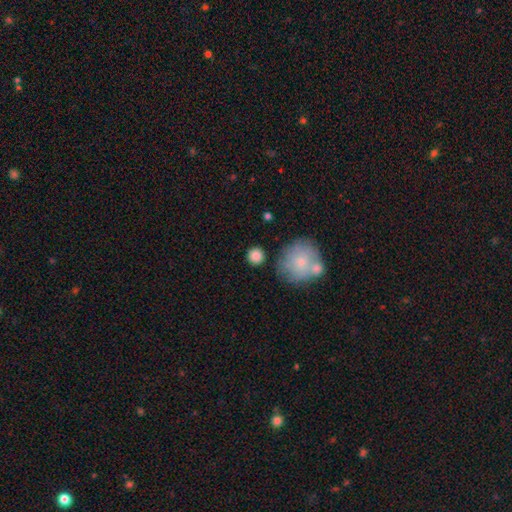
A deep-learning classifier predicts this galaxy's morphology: smooth_or_featured: smooth (p=0.86) [alt: star or artifact p=0.08]
how_rounded: round (p=0.92) [alt: in between p=0.07]
merging: none (p=0.81) [alt: minor disturbance p=0.10]